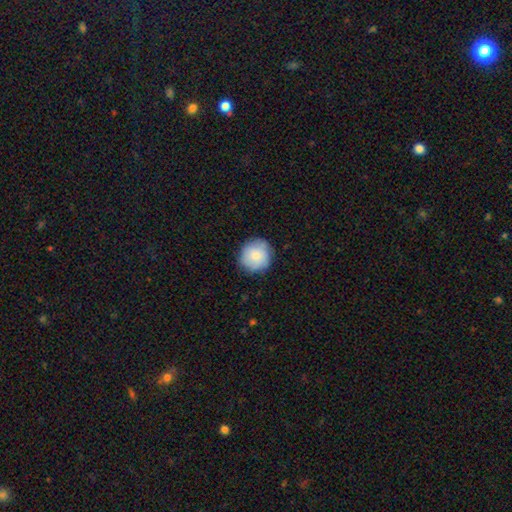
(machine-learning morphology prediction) A smooth galaxy with no disk features (79%) that is round (91%). Merging: none (83%).